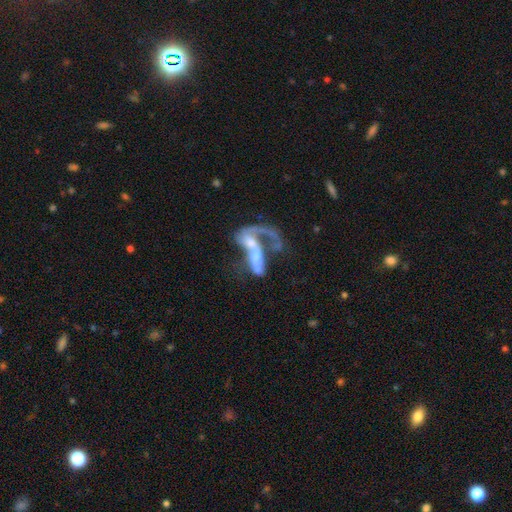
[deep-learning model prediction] A featured or disk galaxy (70%) with no bar (55%), spiral arms (65%) and a moderate central bulge (36%).

Vote fractions:
- Smooth or featured? featured or disk: 70% / smooth: 20% / star or artifact: 9%
- Edge-on disk? no: 92% / yes: 8%
- Bar? no: 55% / weak: 28% / strong: 17%
- Spiral arms? yes: 65% / no: 35%
- Bulge size? moderate: 36% / small: 30% / none: 23% / large: 9% / dominant: 2%
- Merging? merger: 56% / major disturbance: 26% / none: 13% / minor disturbance: 6%